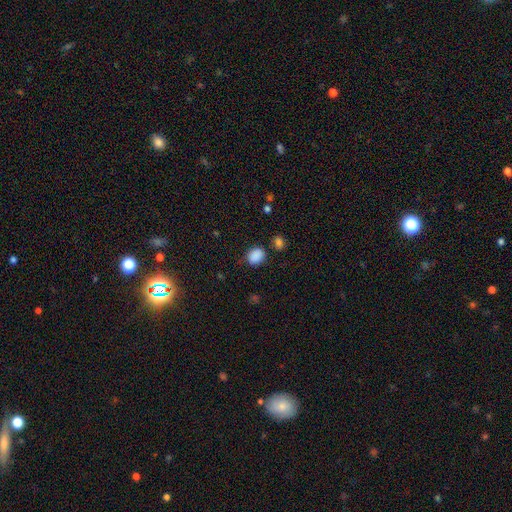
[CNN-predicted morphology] Smooth or featured? smooth (87%)
How rounded? in between (50%)
Merging? none (75%)